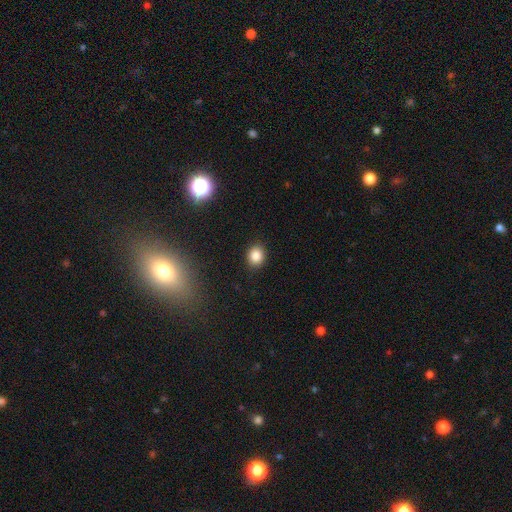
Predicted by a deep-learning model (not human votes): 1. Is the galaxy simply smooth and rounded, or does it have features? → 85% smooth, 11% star or artifact, 5% featured or disk.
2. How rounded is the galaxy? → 63% round, 36% in between, 1% cigar-shaped.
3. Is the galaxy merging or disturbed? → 89% none, 8% minor disturbance, 2% major disturbance, 1% merger.